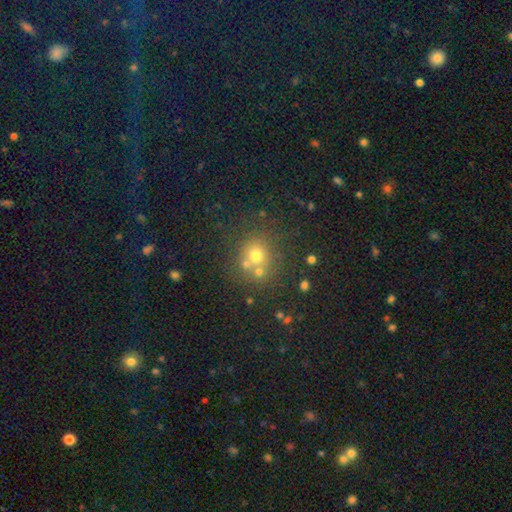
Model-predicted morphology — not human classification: This appears to be a smooth galaxy with no disk features (64%) that is round (85%). Merging: none (58%).